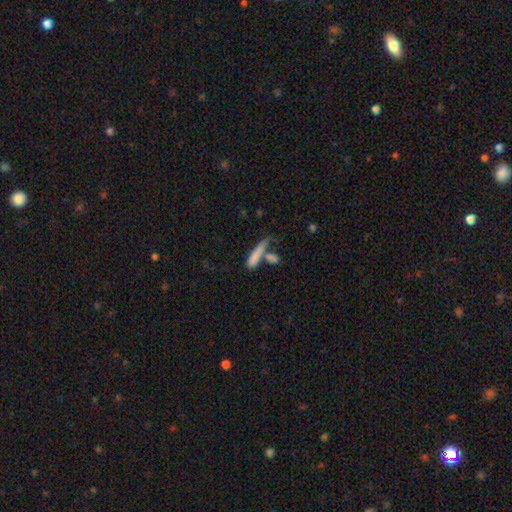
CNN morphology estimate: Overall: smooth (75%). How rounded: cigar-shaped (77%). Merging: none (45%; merger 33%).